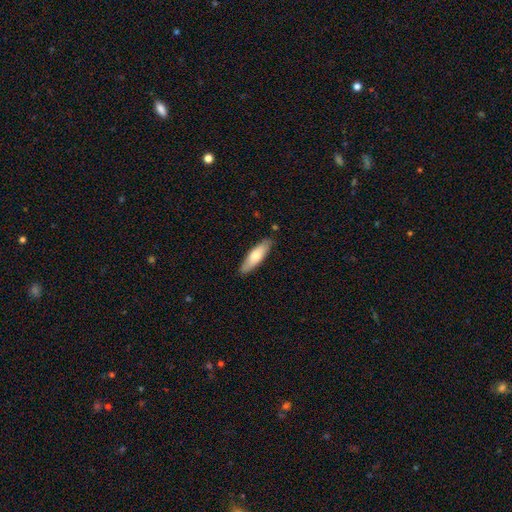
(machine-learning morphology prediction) Smooth or featured? smooth (72%)
How rounded? cigar-shaped (54%)
Merging? none (85%)